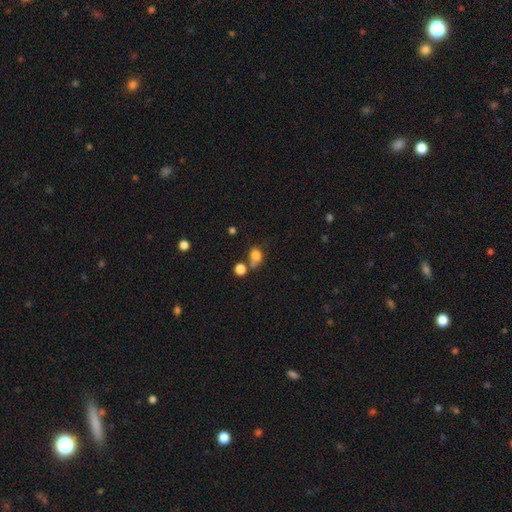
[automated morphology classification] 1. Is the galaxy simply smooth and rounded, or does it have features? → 79% smooth, 13% star or artifact, 8% featured or disk.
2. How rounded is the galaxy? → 53% round, 46% in between, 2% cigar-shaped.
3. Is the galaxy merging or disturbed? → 46% none, 30% merger, 16% minor disturbance, 8% major disturbance.